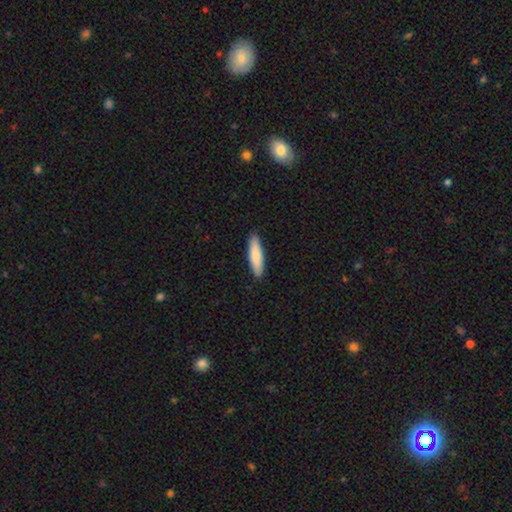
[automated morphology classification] Smooth or featured? smooth (82%)
How rounded? cigar-shaped (73%)
Merging? none (90%)